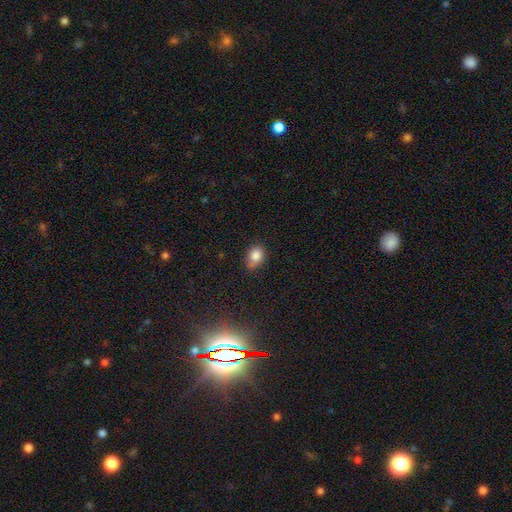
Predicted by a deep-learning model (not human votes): smooth_or_featured: smooth (p=0.83) [alt: star or artifact p=0.10]
how_rounded: in between (p=0.70) [alt: round p=0.29]
merging: none (p=0.61) [alt: minor disturbance p=0.30]